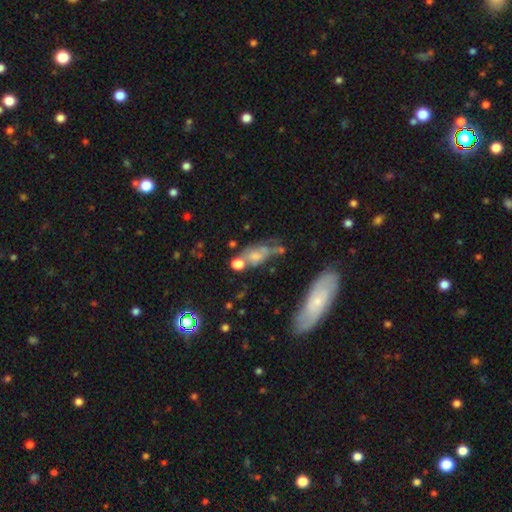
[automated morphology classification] This appears to be a smooth galaxy with no disk features (51%) that is in between round and cigar-shaped (73%). Merging: merger (31%).